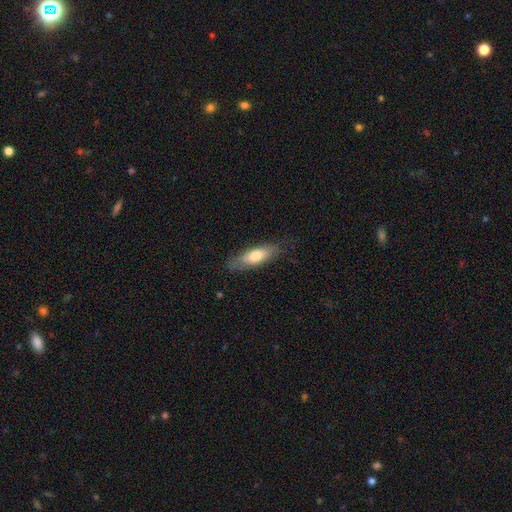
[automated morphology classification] The model was most divided on "how rounded": in between: 54%, cigar-shaped: 44%, round: 2%. More confident: merging — none (76%); smooth or featured — smooth (67%).